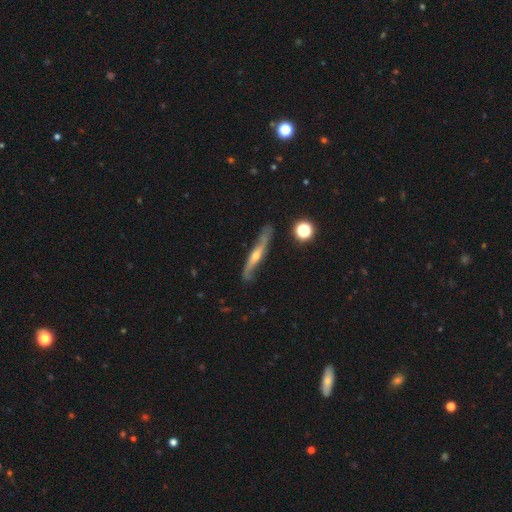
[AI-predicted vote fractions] featured or disk 75%, smooth 18%, star or artifact 7%. Down the decision tree: edge-on disk — yes (65%); merging — none (75%).